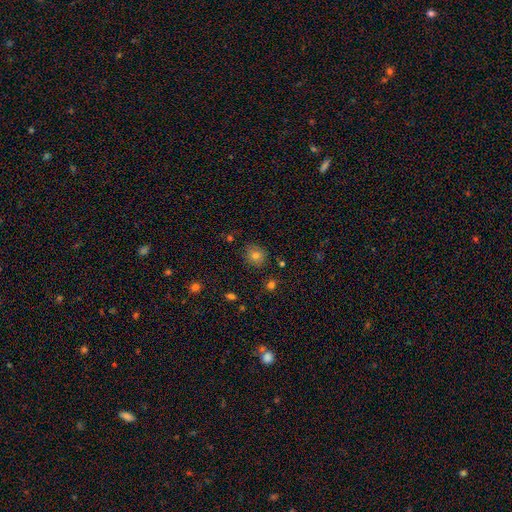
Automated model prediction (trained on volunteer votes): Morphology: type=smooth (76%); roundness=round (74%); merging=none (83%).